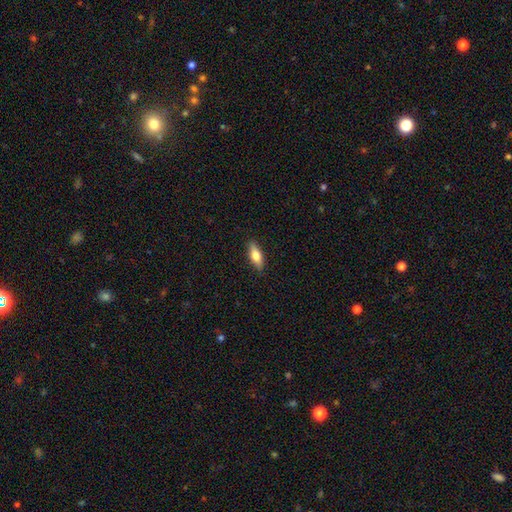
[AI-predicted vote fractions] A smooth galaxy with no disk features (63%) that is in between round and cigar-shaped (61%).

Vote fractions:
- Smooth or featured? smooth: 63% / featured or disk: 30% / star or artifact: 6%
- How rounded? in between: 61% / cigar-shaped: 36% / round: 3%
- Merging? none: 88% / minor disturbance: 9% / major disturbance: 2% / merger: 1%